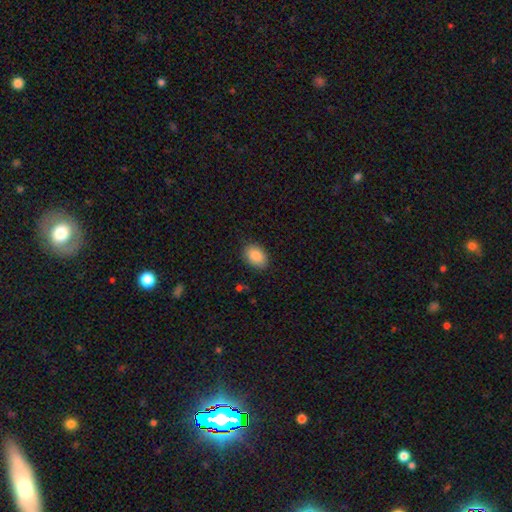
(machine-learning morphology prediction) Smooth or featured? Predicted: smooth (p=0.89). How rounded? Predicted: in between (p=0.84). Merging? Predicted: none (p=0.87).